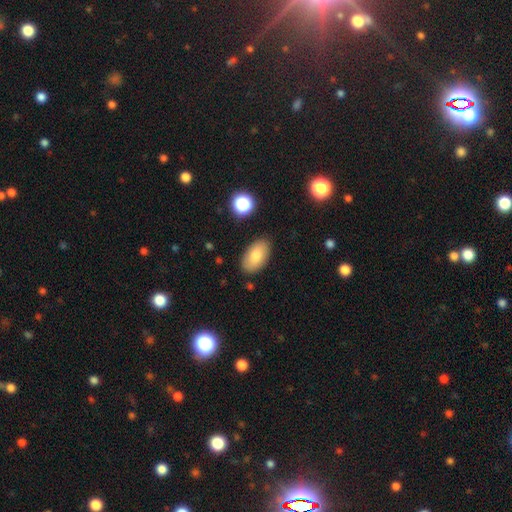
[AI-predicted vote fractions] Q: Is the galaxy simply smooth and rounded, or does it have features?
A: smooth — 80%.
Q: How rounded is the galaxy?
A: in between — 94%.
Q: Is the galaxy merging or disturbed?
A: none — 85%.